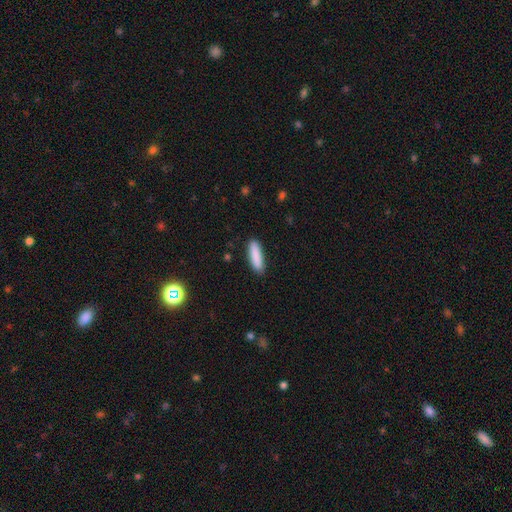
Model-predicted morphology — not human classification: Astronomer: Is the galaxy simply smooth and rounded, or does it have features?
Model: smooth — 88%.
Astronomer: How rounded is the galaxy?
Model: cigar-shaped — 64%.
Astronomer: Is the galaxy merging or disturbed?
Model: none — 89%.